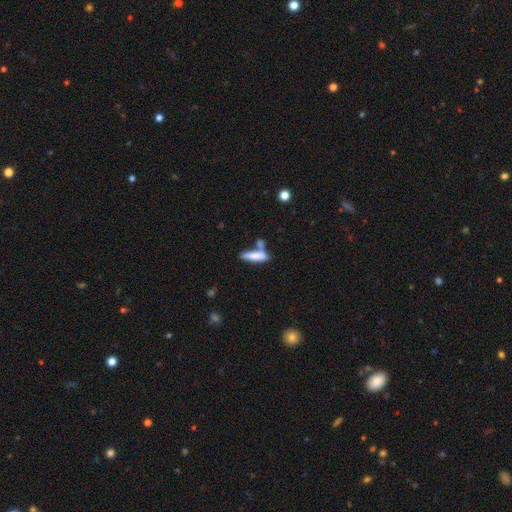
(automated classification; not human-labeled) Smooth or featured? Predicted: smooth (p=0.75). How rounded? Predicted: cigar-shaped (p=0.73). Merging? Predicted: none (p=0.50).